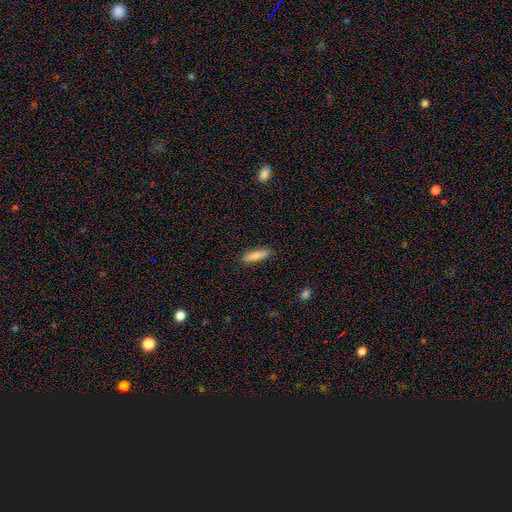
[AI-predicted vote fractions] A smooth galaxy with no disk features (81%) that is cigar-shaped (67%).

Vote fractions:
- Smooth or featured? smooth: 81% / featured or disk: 12% / star or artifact: 6%
- How rounded? cigar-shaped: 67% / in between: 31% / round: 2%
- Merging? none: 87% / minor disturbance: 10% / major disturbance: 2% / merger: 1%